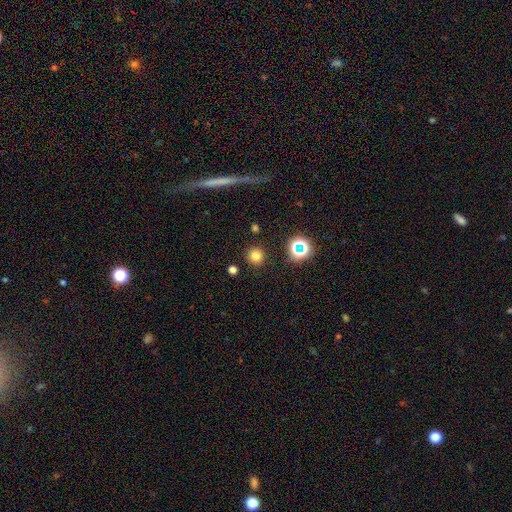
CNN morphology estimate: This is likely a smooth galaxy (77%). How rounded: clearly round (94%). Merging: clearly none (89%).